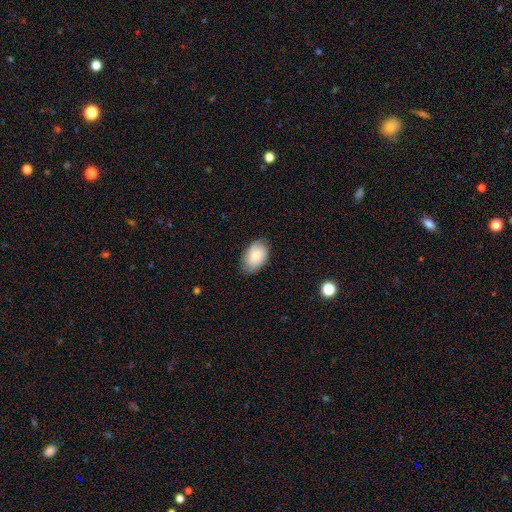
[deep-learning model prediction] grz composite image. It shows a smooth galaxy with no disk features (79%) that is in between round and cigar-shaped (89%). Merging: none (79%).